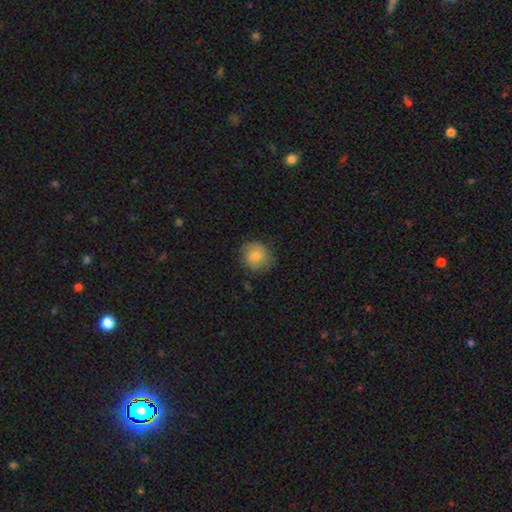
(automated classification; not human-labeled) Q: Smooth or featured?
A: smooth (79%); runner-up: featured or disk (14%)
Q: How rounded?
A: round (84%); runner-up: in between (15%)
Q: Merging?
A: none (77%); runner-up: minor disturbance (17%)